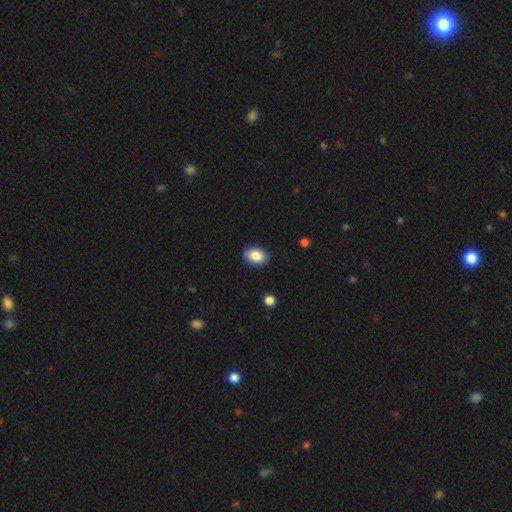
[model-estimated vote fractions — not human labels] smooth-or-featured: smooth: 88% | star or artifact: 7% | featured or disk: 5%
  how-rounded: in between: 86% | round: 12% | cigar-shaped: 1%
  merging: none: 88% | minor disturbance: 9% | major disturbance: 2% | merger: 1%